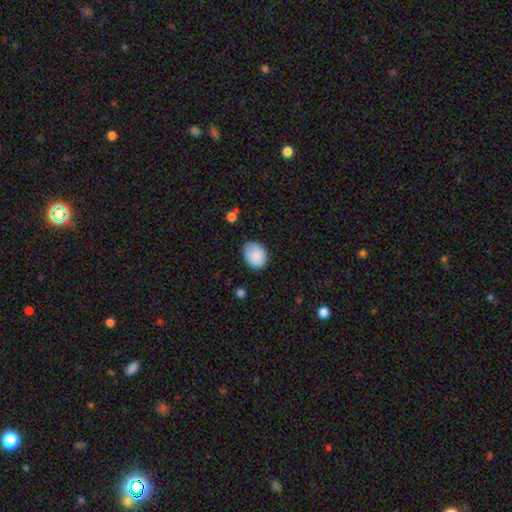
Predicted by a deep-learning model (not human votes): smooth-or-featured: smooth: 86% | star or artifact: 7% | featured or disk: 6%
  how-rounded: in between: 60% | round: 39% | cigar-shaped: 1%
  merging: none: 74% | minor disturbance: 20% | major disturbance: 4% | merger: 2%